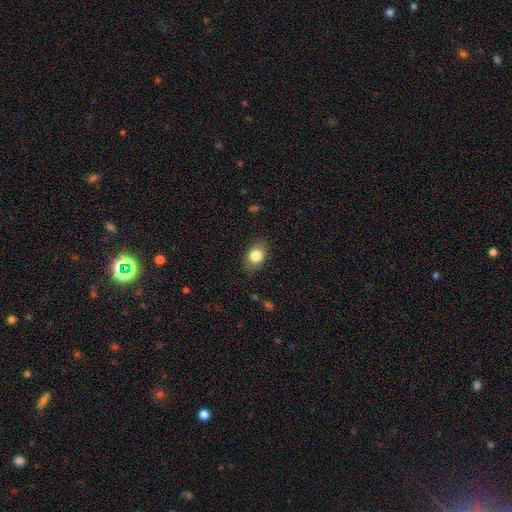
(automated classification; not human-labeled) Overall: smooth (81%). How rounded: in between (77%). Merging: none (82%).